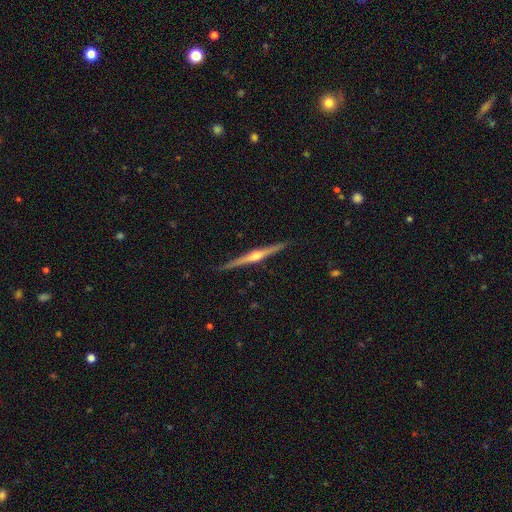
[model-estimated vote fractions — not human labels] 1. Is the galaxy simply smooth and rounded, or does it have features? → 81% featured or disk, 14% smooth, 5% star or artifact.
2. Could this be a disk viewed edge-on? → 99% yes, 1% no.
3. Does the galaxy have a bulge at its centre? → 91% rounded, 5% none, 4% boxy.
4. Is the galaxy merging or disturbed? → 90% none, 7% minor disturbance, 1% major disturbance, 1% merger.